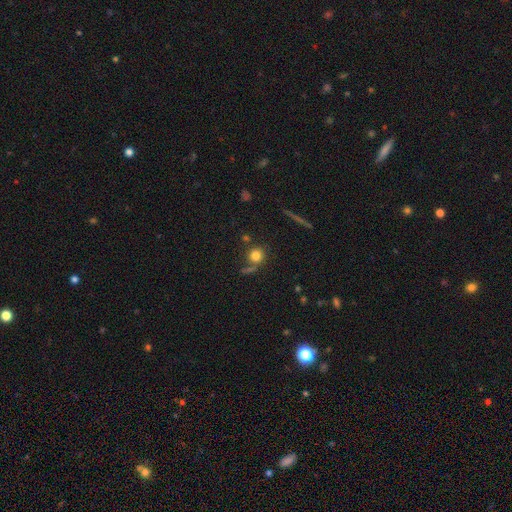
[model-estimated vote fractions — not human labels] smooth 78%, star or artifact 12%, featured or disk 10%. Down the decision tree: how rounded — round (90%); merging — none (67%).